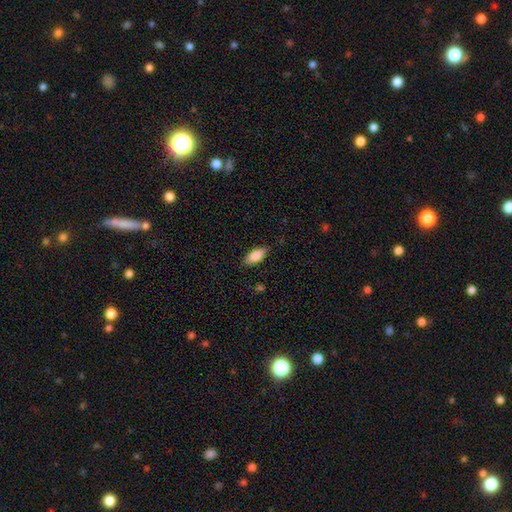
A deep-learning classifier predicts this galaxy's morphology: Smooth or featured? Predicted: smooth (p=0.84). How rounded? Predicted: in between (p=0.84). Merging? Predicted: none (p=0.84).